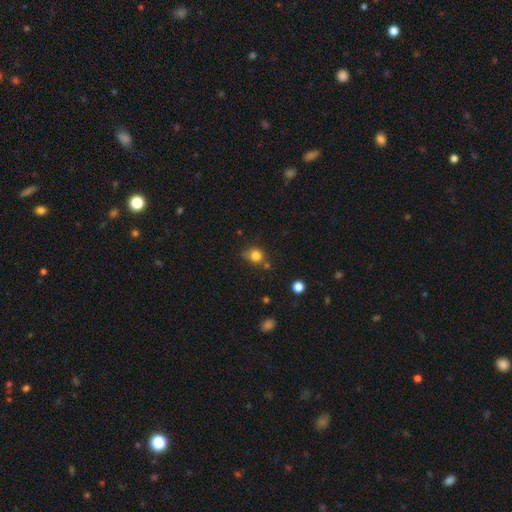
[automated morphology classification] Smooth or featured: smooth — 81% (star or artifact — 12%)
How rounded: round — 75% (in between — 24%)
Merging: none — 59% (minor disturbance — 25%)